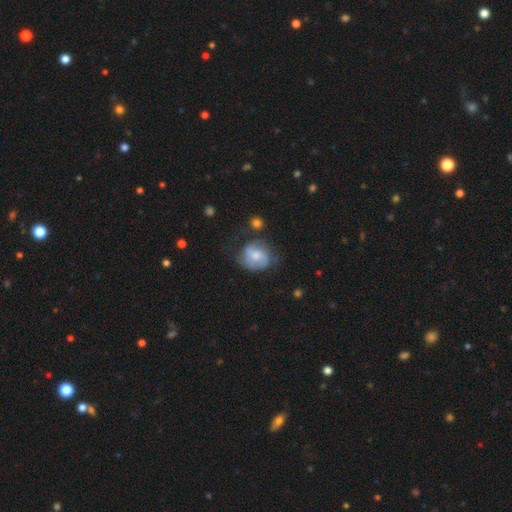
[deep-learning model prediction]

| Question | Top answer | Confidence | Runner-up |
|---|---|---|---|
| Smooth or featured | featured or disk | 51% | smooth (42%) |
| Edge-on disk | no | 97% | yes (3%) |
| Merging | none | 54% | minor disturbance (26%) |